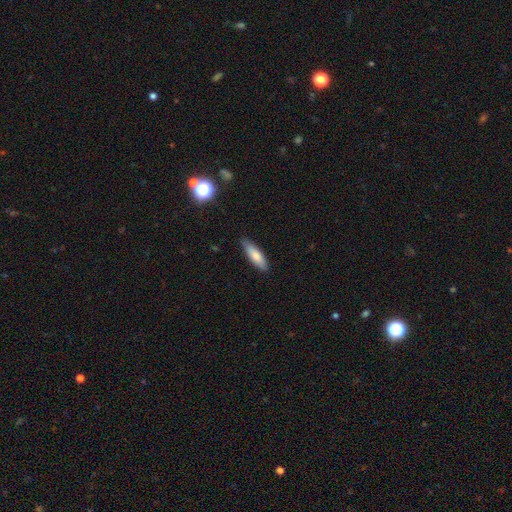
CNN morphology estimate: This is likely a smooth galaxy (78%). How rounded: possibly cigar-shaped (56%). Merging: clearly none (84%).